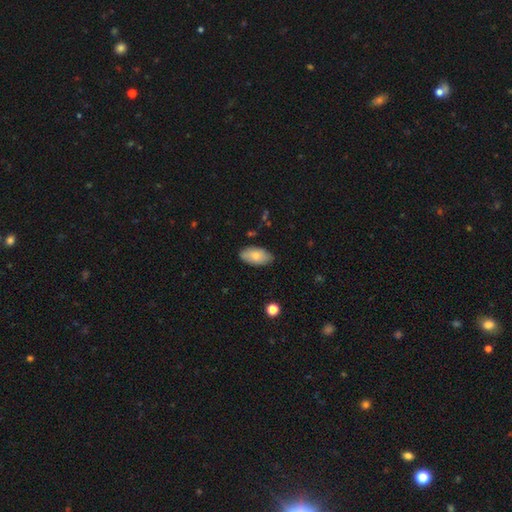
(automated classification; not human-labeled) Smooth or featured? Predicted: smooth (p=0.79). How rounded? Predicted: in between (p=0.94). Merging? Predicted: none (p=0.83).